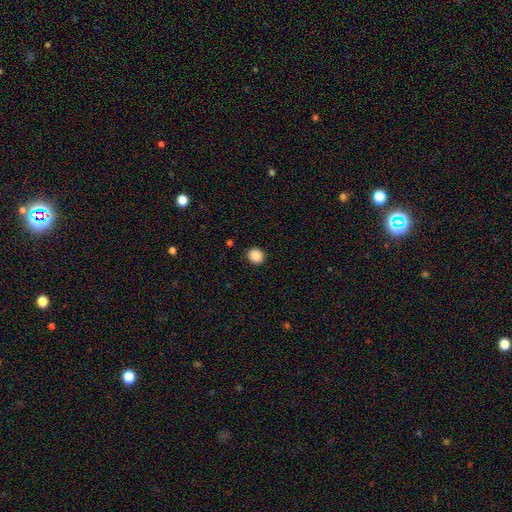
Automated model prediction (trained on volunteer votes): Overall: smooth (88%). How rounded: round (85%). Merging: none (91%).